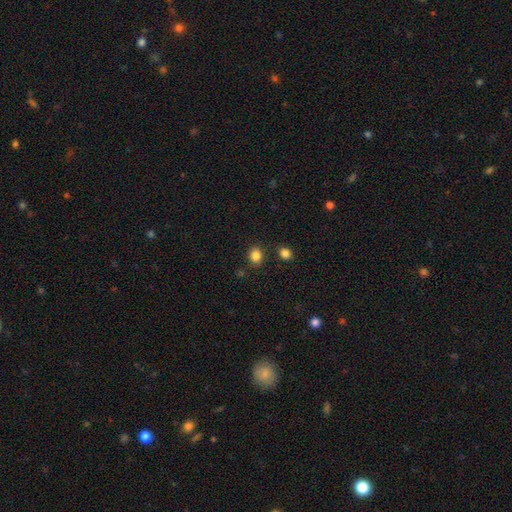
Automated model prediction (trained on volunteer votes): Morphology: type=smooth (85%); roundness=round (61%); merging=none (83%).